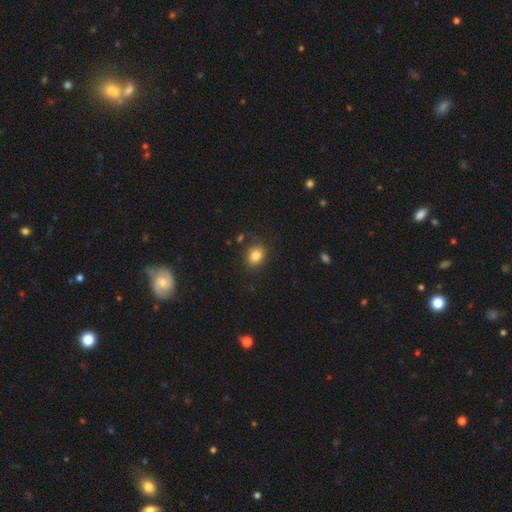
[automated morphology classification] Smooth or featured? Predicted: smooth (p=0.83). How rounded? Predicted: round (p=0.50). Merging? Predicted: none (p=0.84).